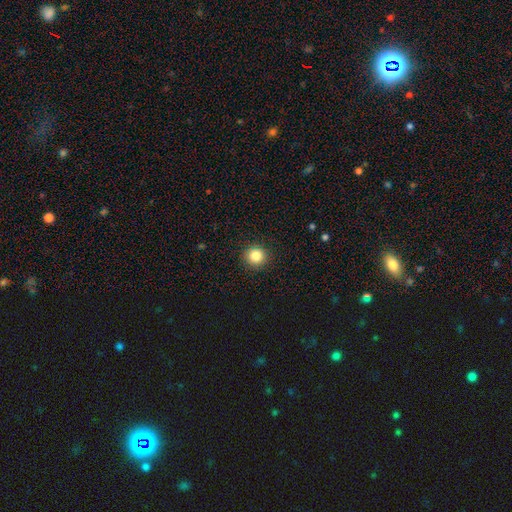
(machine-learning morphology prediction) Smooth or featured? smooth (84%)
How rounded? round (93%)
Merging? none (91%)